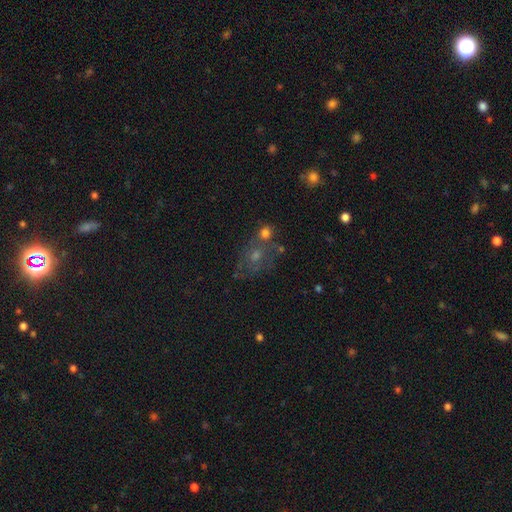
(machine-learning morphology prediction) type=featured or disk (37%); merging=none (50%).